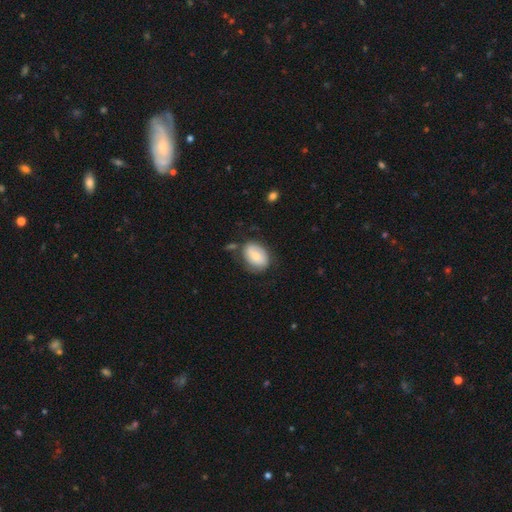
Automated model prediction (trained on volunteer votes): Smooth or featured?
  - smooth: 74% *
  - featured or disk: 20%
  - star or artifact: 6%
How rounded?
  - in between: 82% *
  - round: 17%
  - cigar-shaped: 1%
Merging?
  - none: 66% *
  - minor disturbance: 22%
  - major disturbance: 7%
  - merger: 5%